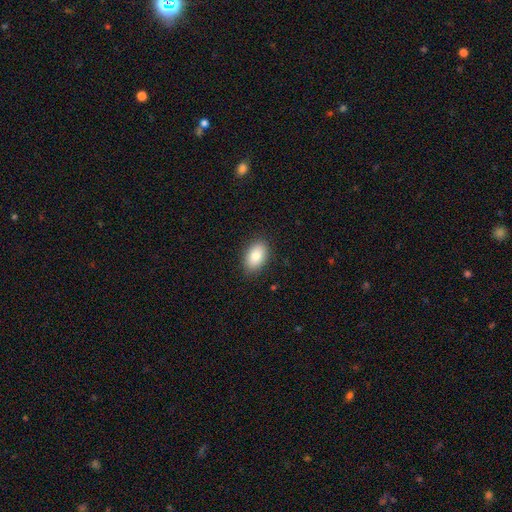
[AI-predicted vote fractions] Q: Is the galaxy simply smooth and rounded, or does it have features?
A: smooth — 84%.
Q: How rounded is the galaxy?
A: in between — 90%.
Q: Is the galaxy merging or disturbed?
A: none — 87%.